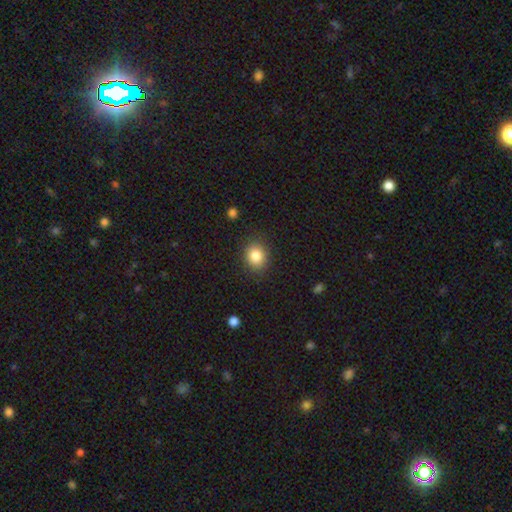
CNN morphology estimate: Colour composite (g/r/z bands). It shows a smooth galaxy with no disk features (84%) that is round (70%). Merging: none (87%).